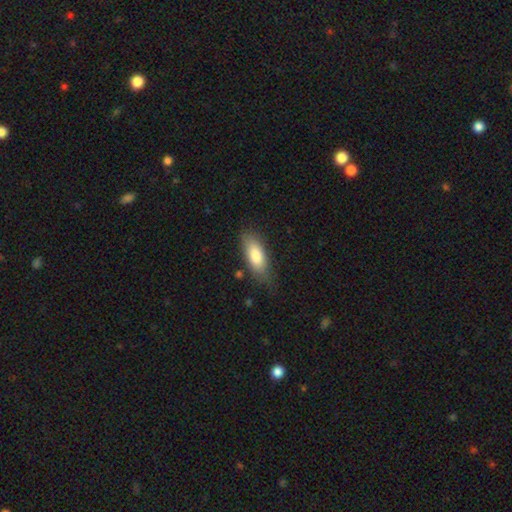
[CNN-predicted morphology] A smooth galaxy with no disk features (79%) that is in between round and cigar-shaped (76%).

Vote fractions:
- Smooth or featured? smooth: 79% / featured or disk: 14% / star or artifact: 6%
- How rounded? in between: 76% / cigar-shaped: 21% / round: 2%
- Merging? none: 74% / minor disturbance: 20% / major disturbance: 5% / merger: 2%